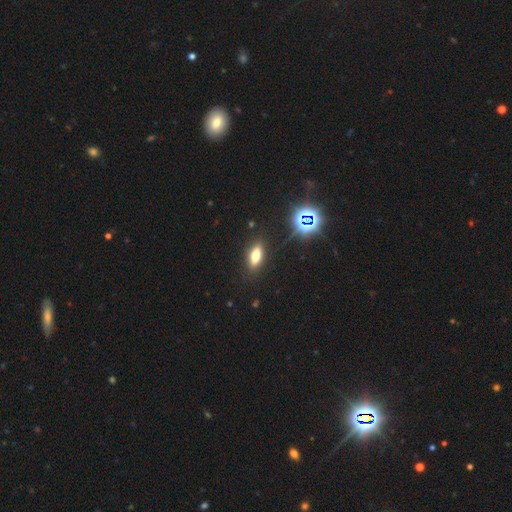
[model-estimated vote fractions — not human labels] This appears to be a smooth galaxy with no disk features (65%) that is in between round and cigar-shaped (70%). Merging: none (86%).